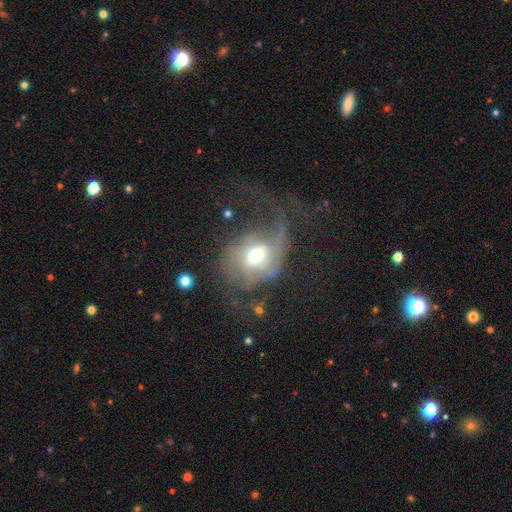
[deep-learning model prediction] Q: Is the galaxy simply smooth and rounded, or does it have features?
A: featured or disk — 60%.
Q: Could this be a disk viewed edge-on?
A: no — 95%.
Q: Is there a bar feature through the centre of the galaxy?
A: no — 52%.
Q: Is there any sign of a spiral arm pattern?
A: yes — 61%.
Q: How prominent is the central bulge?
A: moderate — 67%.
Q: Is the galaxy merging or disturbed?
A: major disturbance — 55%.